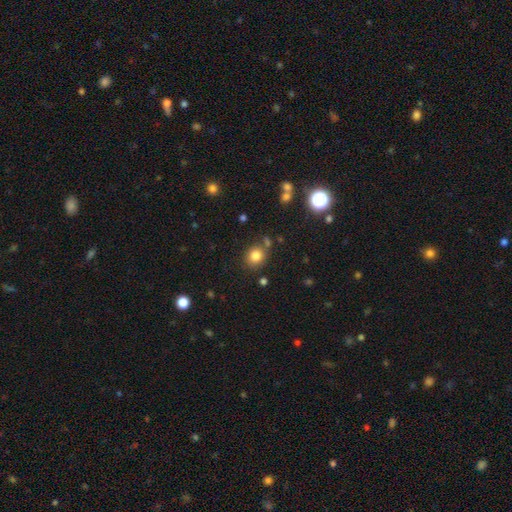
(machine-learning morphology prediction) smooth 82%, star or artifact 12%, featured or disk 6%. Down the decision tree: how rounded — round (77%); merging — none (74%).